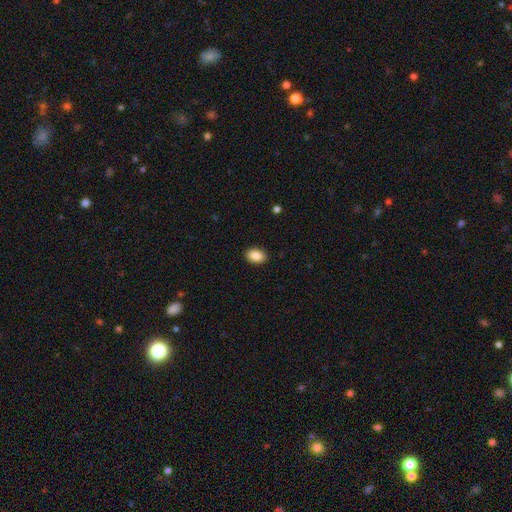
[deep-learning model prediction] The model was most divided on "how rounded": in between: 84%, round: 14%, cigar-shaped: 1%. More confident: merging — none (90%); smooth or featured — smooth (88%).